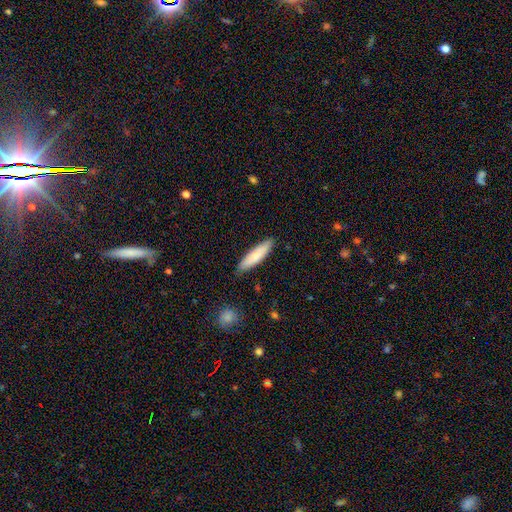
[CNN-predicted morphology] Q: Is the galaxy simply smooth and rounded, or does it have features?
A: smooth — 78%.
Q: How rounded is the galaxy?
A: cigar-shaped — 75%.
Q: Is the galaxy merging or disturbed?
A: none — 87%.